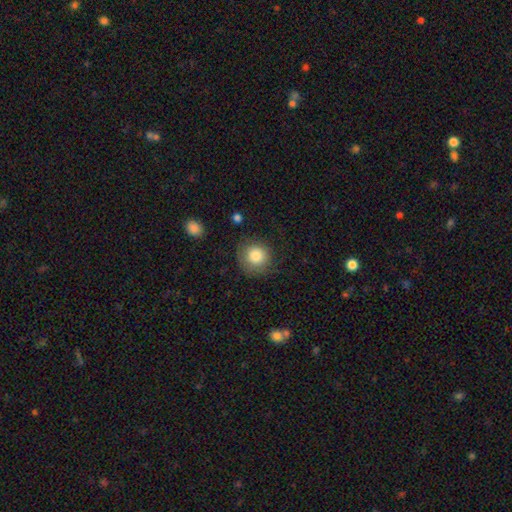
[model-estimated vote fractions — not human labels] The model was most divided on "merging": none: 77%, minor disturbance: 15%, major disturbance: 6%, merger: 2%. More confident: how rounded — round (92%); smooth or featured — smooth (83%).